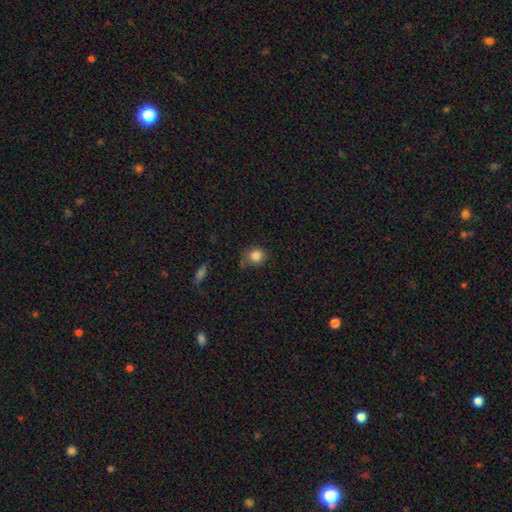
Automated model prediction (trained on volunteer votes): A smooth galaxy with no disk features (83%) that is round (82%).

Vote fractions:
- Smooth or featured? smooth: 83% / star or artifact: 11% / featured or disk: 6%
- How rounded? round: 82% / in between: 17% / cigar-shaped: 1%
- Merging? none: 65% / minor disturbance: 25% / major disturbance: 7% / merger: 3%